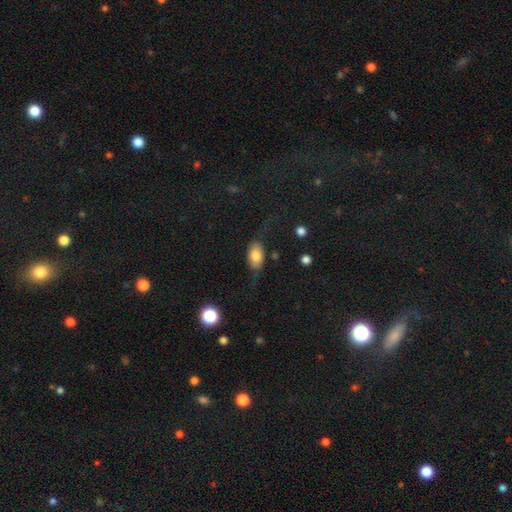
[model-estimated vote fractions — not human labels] A smooth galaxy with no disk features (73%) that is in between round and cigar-shaped (90%). Merging: none (61%).